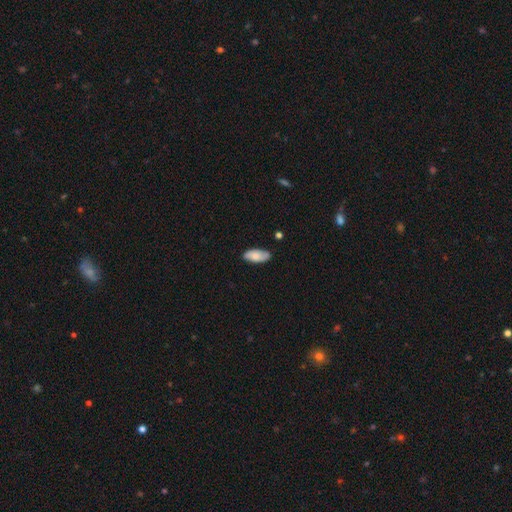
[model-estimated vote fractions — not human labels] The model was most divided on "smooth or featured": smooth: 76%, featured or disk: 18%, star or artifact: 6%. More confident: how rounded — in between (87%); merging — none (82%).